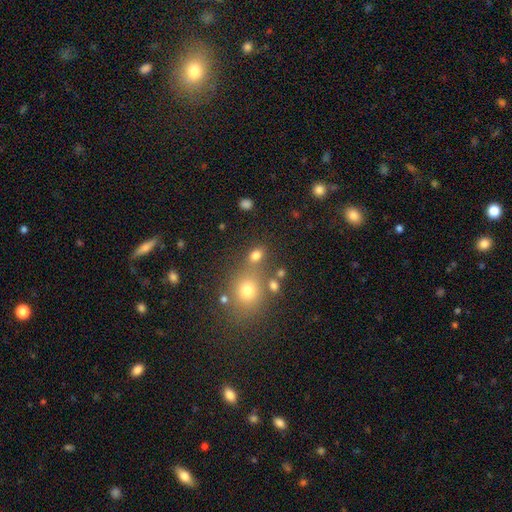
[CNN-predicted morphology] Smooth or featured? smooth (75%)
How rounded? in between (51%)
Merging? none (62%)